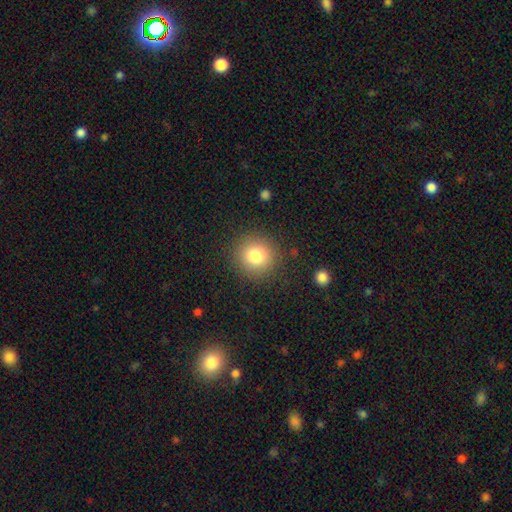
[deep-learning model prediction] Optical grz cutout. It shows a smooth galaxy with no disk features (80%) that is round (92%). Merging: none (88%).